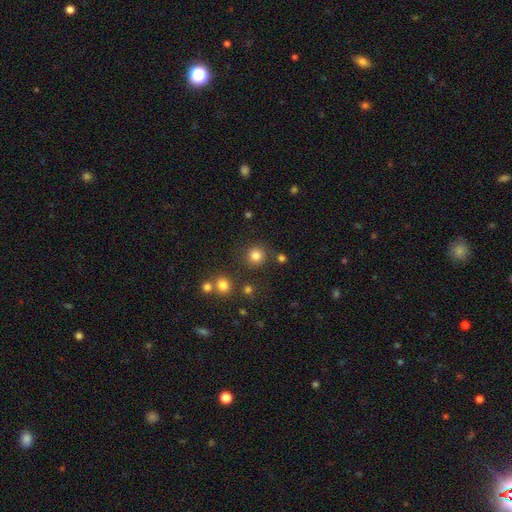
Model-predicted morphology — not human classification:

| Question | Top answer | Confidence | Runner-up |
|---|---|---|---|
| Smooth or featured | smooth | 81% | star or artifact (14%) |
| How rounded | round | 93% | in between (6%) |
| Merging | none | 84% | minor disturbance (8%) |